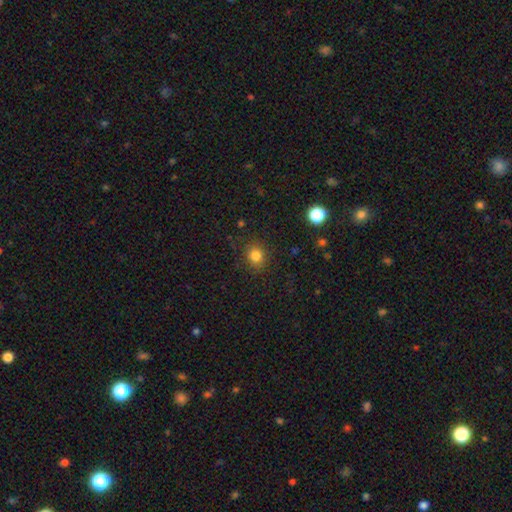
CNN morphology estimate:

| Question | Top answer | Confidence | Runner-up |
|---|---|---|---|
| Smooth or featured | smooth | 82% | star or artifact (13%) |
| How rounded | round | 83% | in between (16%) |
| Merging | none | 88% | minor disturbance (8%) |